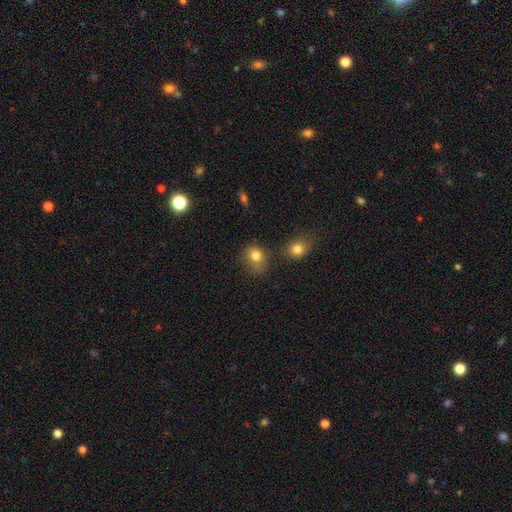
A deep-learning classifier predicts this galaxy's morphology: Smooth or featured? Predicted: smooth (p=0.80). How rounded? Predicted: round (p=0.65). Merging? Predicted: none (p=0.56).